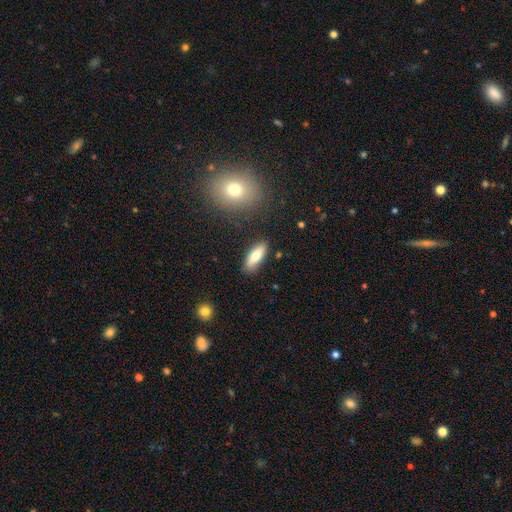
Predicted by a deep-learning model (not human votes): Smooth or featured?
  - smooth: 74% *
  - featured or disk: 19%
  - star or artifact: 7%
How rounded?
  - in between: 65% *
  - cigar-shaped: 33%
  - round: 2%
Merging?
  - none: 86% *
  - minor disturbance: 10%
  - major disturbance: 2%
  - merger: 2%